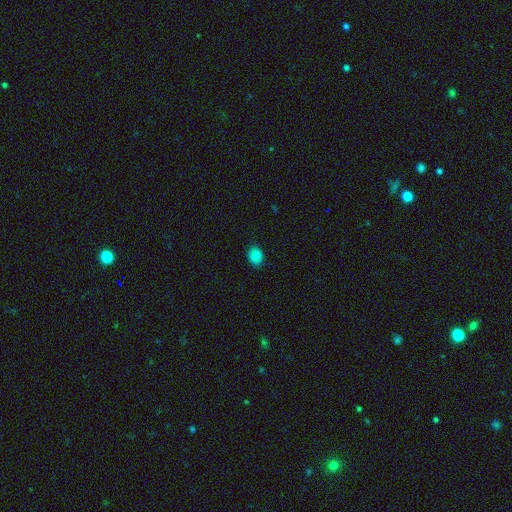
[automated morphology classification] Smooth or featured: smooth — 86% (star or artifact — 11%)
How rounded: in between — 59% (round — 40%)
Merging: none — 84% (minor disturbance — 12%)